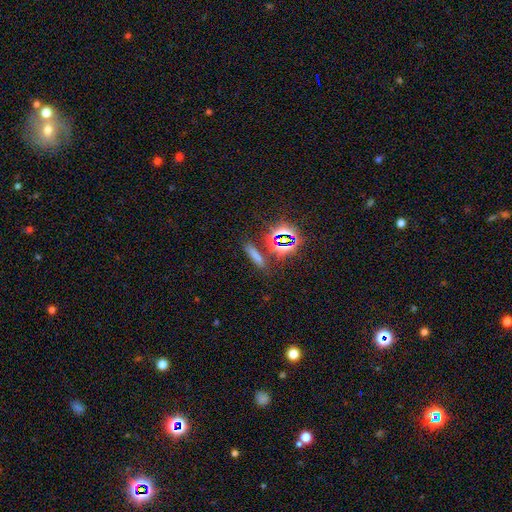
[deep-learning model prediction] This appears to be a smooth galaxy with no disk features (60%) that is cigar-shaped (74%). Merging: none (79%).